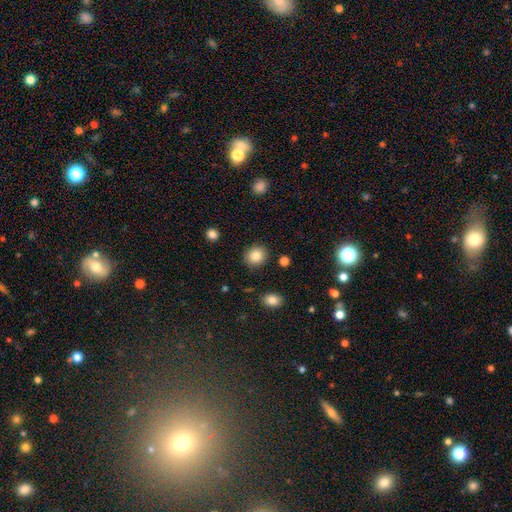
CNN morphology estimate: This appears to be a smooth galaxy with no disk features (85%) that is round (78%). Merging: none (88%).